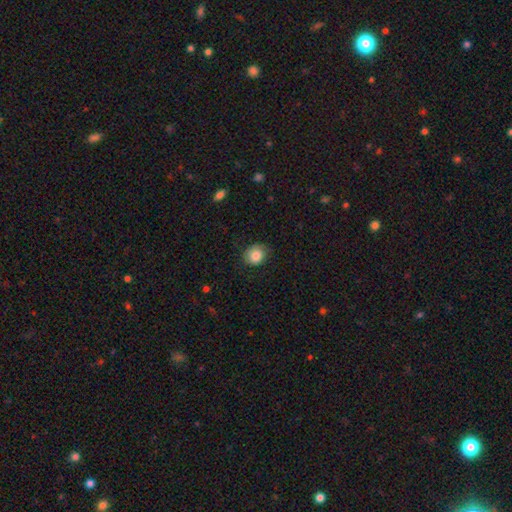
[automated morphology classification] Smooth or featured? Predicted: smooth (p=0.84). How rounded? Predicted: round (p=0.65). Merging? Predicted: none (p=0.73).